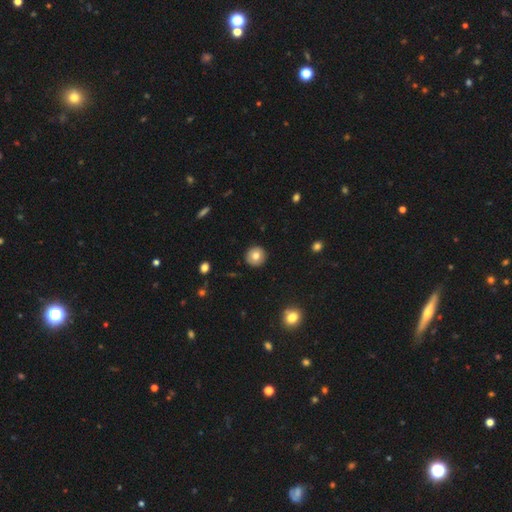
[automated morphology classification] A smooth galaxy with no disk features (77%) that is round (94%).

Vote fractions:
- Smooth or featured? smooth: 77% / featured or disk: 14% / star or artifact: 9%
- How rounded? round: 94% / in between: 5% / cigar-shaped: 1%
- Merging? none: 92% / minor disturbance: 6% / major disturbance: 2% / merger: 1%